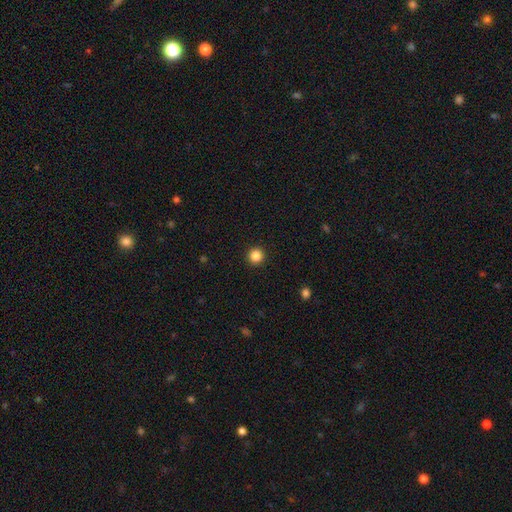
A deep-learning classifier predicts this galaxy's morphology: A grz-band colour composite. It shows a smooth galaxy with no disk features (85%) that is round (95%). Merging: none (93%).